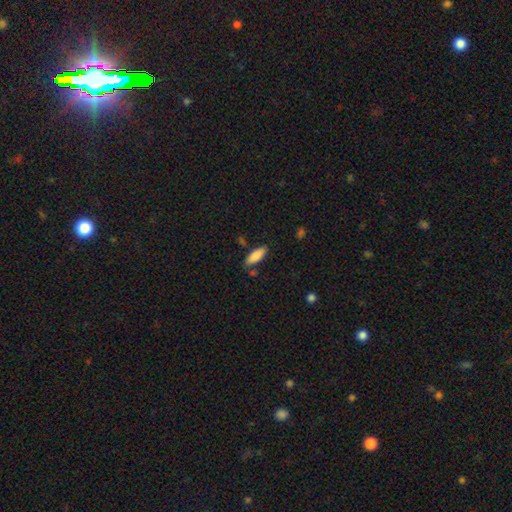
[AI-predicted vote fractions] A smooth galaxy with no disk features (85%) that is in between round and cigar-shaped (65%). Merging: none (79%).